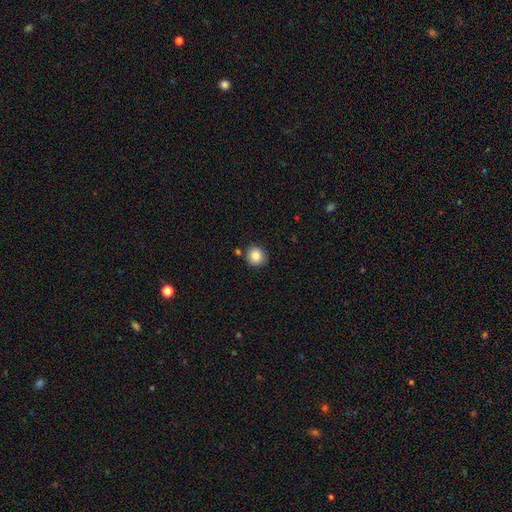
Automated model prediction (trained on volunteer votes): smooth_or_featured: smooth (p=0.86) [alt: star or artifact p=0.09]
how_rounded: round (p=0.91) [alt: in between p=0.08]
merging: none (p=0.85) [alt: minor disturbance p=0.08]